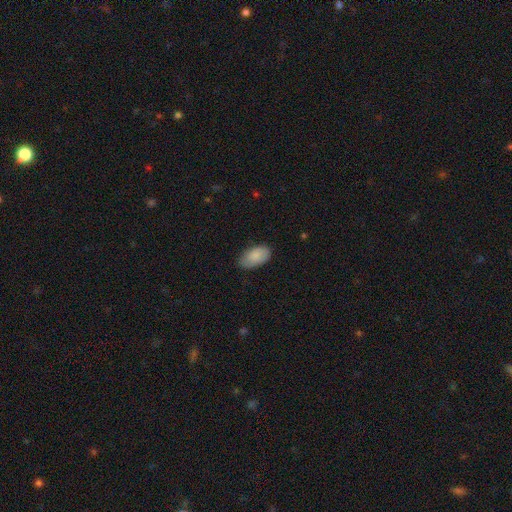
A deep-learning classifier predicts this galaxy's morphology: This appears to be a smooth galaxy with no disk features (87%) that is in between round and cigar-shaped (95%). Merging: none (79%).